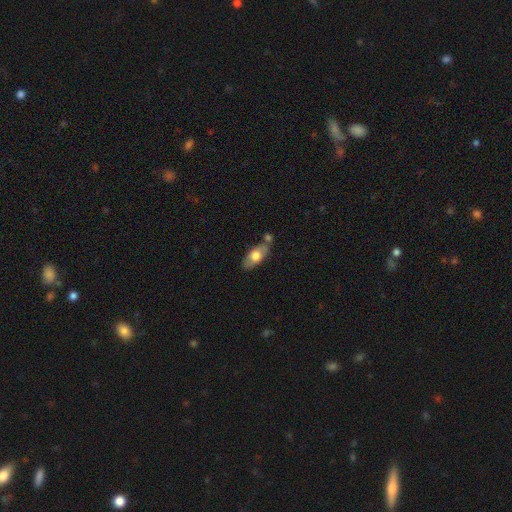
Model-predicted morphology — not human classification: This appears to be a smooth galaxy with no disk features (63%) that is in between round and cigar-shaped (84%). Merging: none (62%).